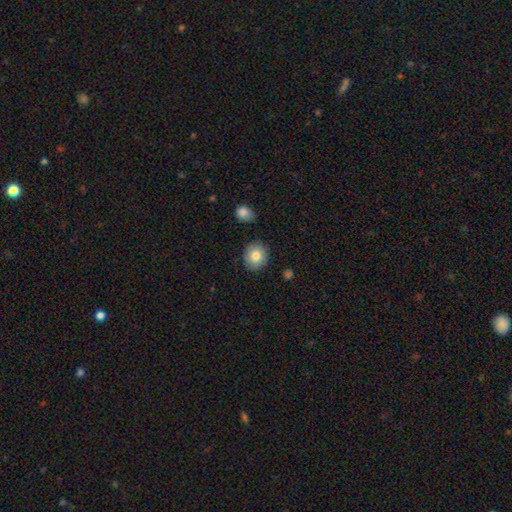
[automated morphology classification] Q: Smooth or featured?
A: smooth (83%); runner-up: featured or disk (9%)
Q: How rounded?
A: round (74%); runner-up: in between (25%)
Q: Merging?
A: none (86%); runner-up: minor disturbance (10%)